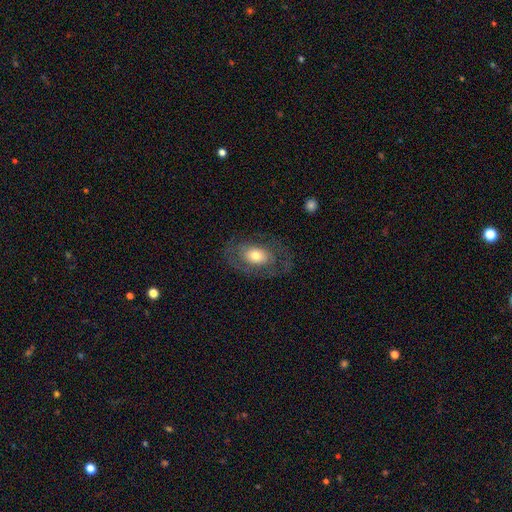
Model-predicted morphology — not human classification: smooth-or-featured: smooth: 47% | featured or disk: 45% | star or artifact: 7%
  merging: none: 67% | minor disturbance: 17% | major disturbance: 15% | merger: 1%